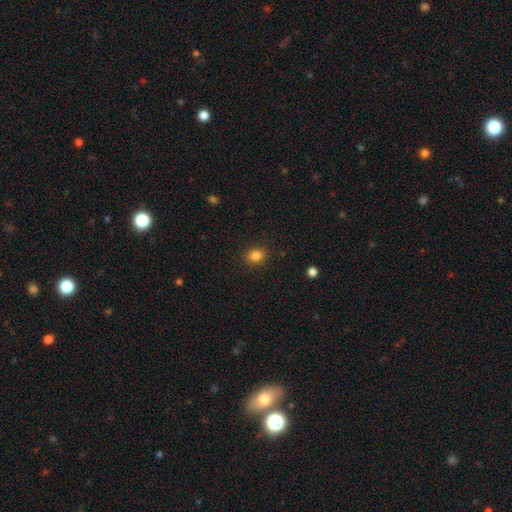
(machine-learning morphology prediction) Smooth or featured?
  - smooth: 84% *
  - star or artifact: 11%
  - featured or disk: 5%
How rounded?
  - round: 54% *
  - in between: 45%
  - cigar-shaped: 1%
Merging?
  - none: 88% *
  - minor disturbance: 9%
  - major disturbance: 2%
  - merger: 1%